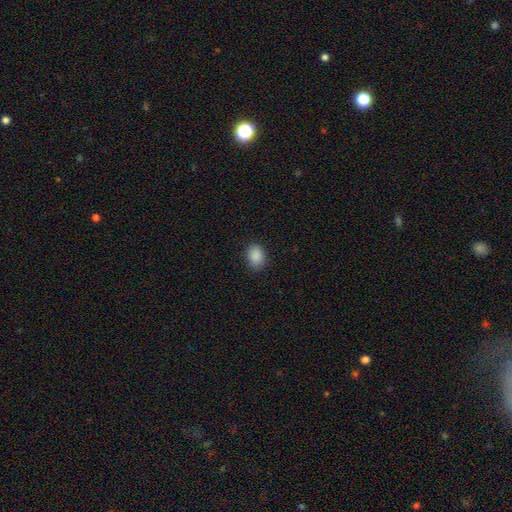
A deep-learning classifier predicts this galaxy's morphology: A smooth galaxy with no disk features (89%) that is in between round and cigar-shaped (71%).

Vote fractions:
- Smooth or featured? smooth: 89% / star or artifact: 8% / featured or disk: 3%
- How rounded? in between: 71% / round: 28% / cigar-shaped: 1%
- Merging? none: 86% / minor disturbance: 10% / major disturbance: 3% / merger: 1%